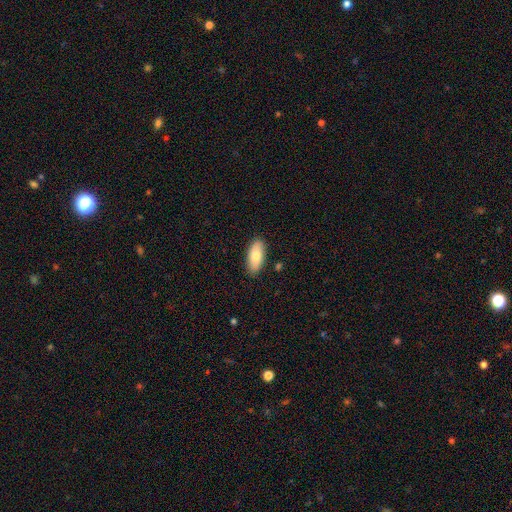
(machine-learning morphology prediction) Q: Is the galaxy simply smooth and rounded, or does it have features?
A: smooth — 75%.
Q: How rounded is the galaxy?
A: in between — 87%.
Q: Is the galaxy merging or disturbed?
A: none — 87%.